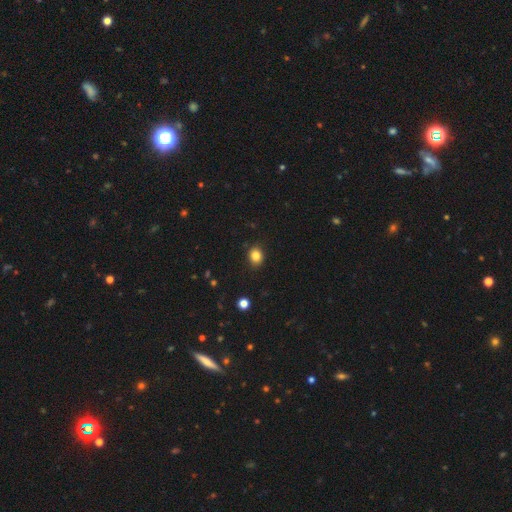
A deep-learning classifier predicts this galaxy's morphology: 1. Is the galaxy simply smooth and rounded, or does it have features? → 84% smooth, 11% star or artifact, 5% featured or disk.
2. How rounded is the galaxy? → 60% round, 39% in between, 1% cigar-shaped.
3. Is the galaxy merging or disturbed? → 88% none, 9% minor disturbance, 2% major disturbance, 1% merger.